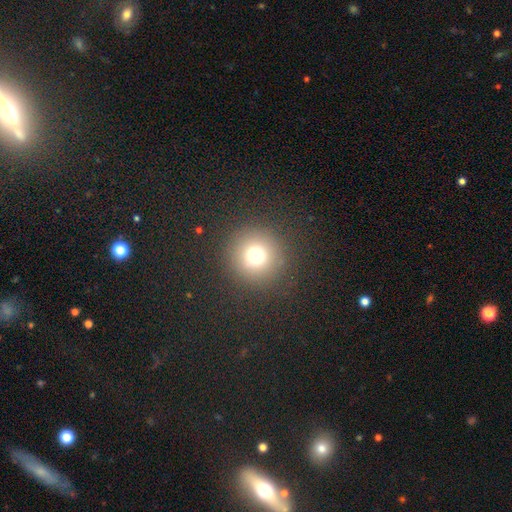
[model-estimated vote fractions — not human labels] A smooth galaxy with no disk features (71%) that is round (96%).

Vote fractions:
- Smooth or featured? smooth: 71% / star or artifact: 20% / featured or disk: 9%
- How rounded? round: 96% / in between: 3% / cigar-shaped: 1%
- Merging? none: 89% / minor disturbance: 6% / major disturbance: 4% / merger: 1%